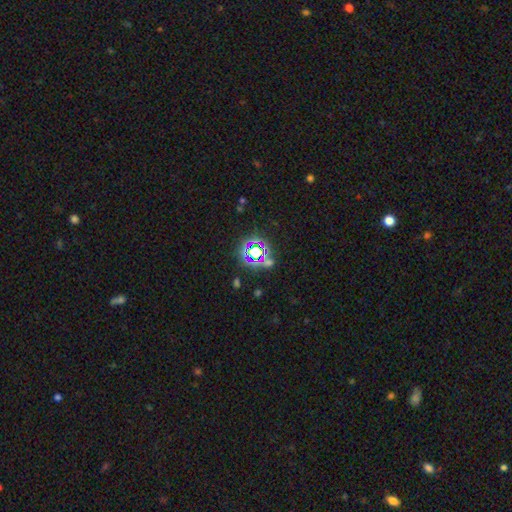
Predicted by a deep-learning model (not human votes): Smooth or featured?
  - star or artifact: 69% *
  - smooth: 21%
  - featured or disk: 10%